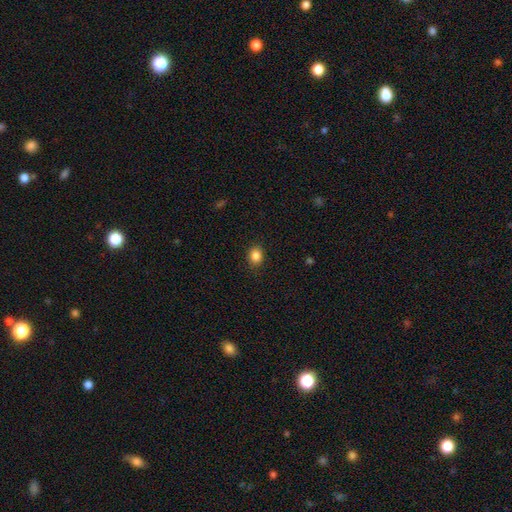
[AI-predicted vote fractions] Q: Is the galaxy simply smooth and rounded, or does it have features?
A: smooth — 86%.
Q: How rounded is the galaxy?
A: round — 51%.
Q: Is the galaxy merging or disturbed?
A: none — 89%.